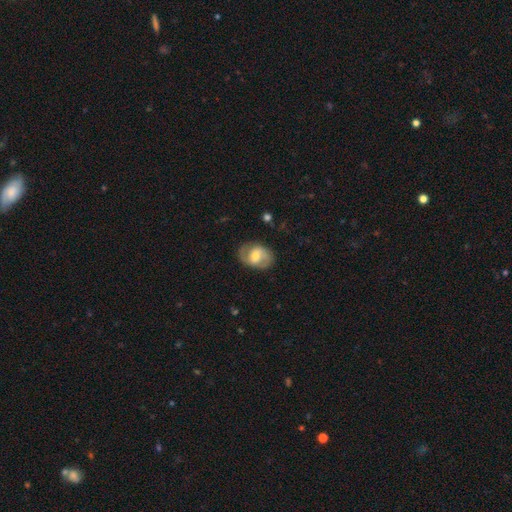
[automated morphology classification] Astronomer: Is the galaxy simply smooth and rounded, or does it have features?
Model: featured or disk — 67%.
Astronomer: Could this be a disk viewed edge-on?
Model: no — 97%.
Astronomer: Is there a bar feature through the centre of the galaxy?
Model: weak — 47% (runner-up: no, 33%).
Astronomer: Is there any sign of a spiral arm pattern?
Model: yes — 85%.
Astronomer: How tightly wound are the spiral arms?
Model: medium — 50% (runner-up: tight, 26%).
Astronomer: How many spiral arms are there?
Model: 2 — 87%.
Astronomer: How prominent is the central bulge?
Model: moderate — 59%.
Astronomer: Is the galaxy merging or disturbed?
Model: none — 79%.